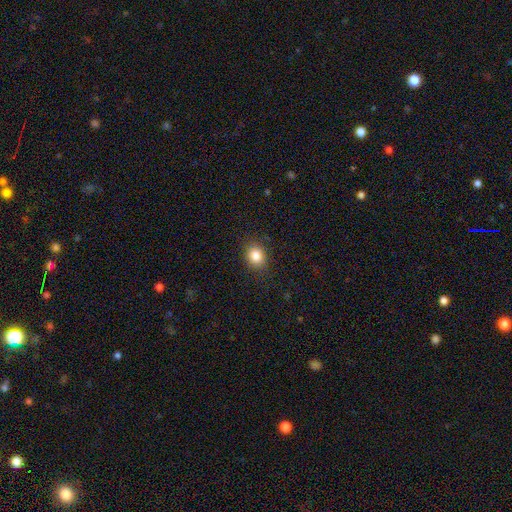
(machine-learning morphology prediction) A smooth galaxy with no disk features (84%) that is round (63%).

Vote fractions:
- Smooth or featured? smooth: 84% / star or artifact: 10% / featured or disk: 5%
- How rounded? round: 63% / in between: 36% / cigar-shaped: 1%
- Merging? none: 88% / minor disturbance: 9% / major disturbance: 2% / merger: 1%